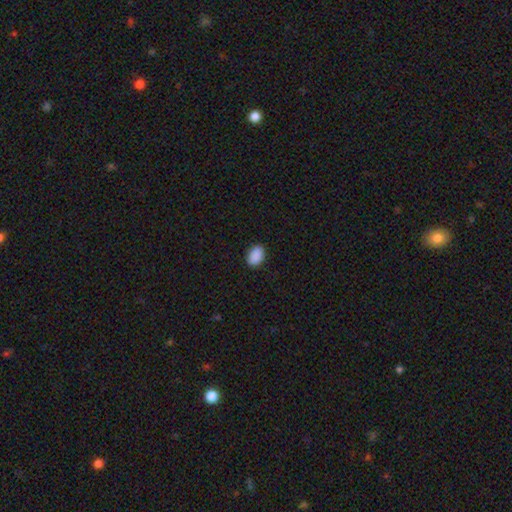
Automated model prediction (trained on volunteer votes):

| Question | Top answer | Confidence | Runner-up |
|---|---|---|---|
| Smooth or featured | smooth | 90% | star or artifact (7%) |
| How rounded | in between | 87% | round (12%) |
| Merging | none | 89% | minor disturbance (8%) |